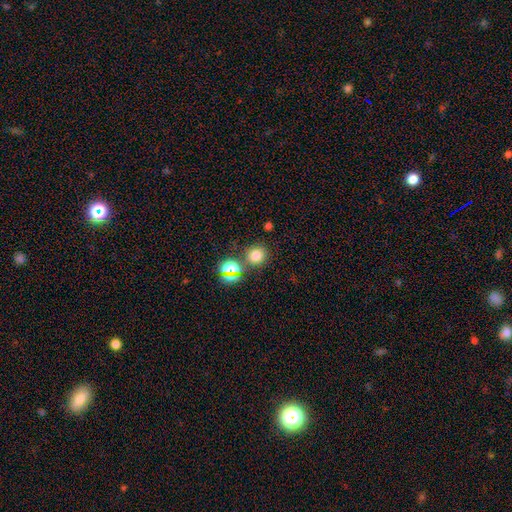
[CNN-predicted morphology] This appears to be a smooth galaxy with no disk features (72%) that is round (83%). Merging: none (75%).